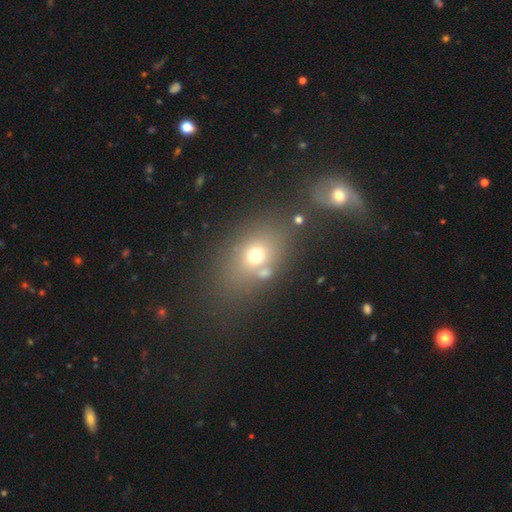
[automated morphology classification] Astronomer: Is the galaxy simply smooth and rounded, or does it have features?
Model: smooth — 65%.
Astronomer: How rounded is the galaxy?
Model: in between — 62%.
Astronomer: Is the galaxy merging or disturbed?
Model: none — 66%.